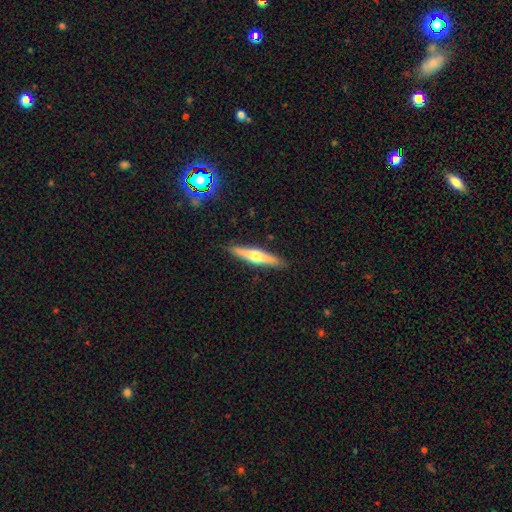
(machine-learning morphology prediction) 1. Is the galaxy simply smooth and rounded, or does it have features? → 56% featured or disk, 38% smooth, 6% star or artifact.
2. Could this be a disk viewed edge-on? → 95% yes, 5% no.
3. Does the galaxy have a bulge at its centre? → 90% rounded, 6% none, 4% boxy.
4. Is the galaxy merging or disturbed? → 89% none, 8% minor disturbance, 2% major disturbance, 1% merger.